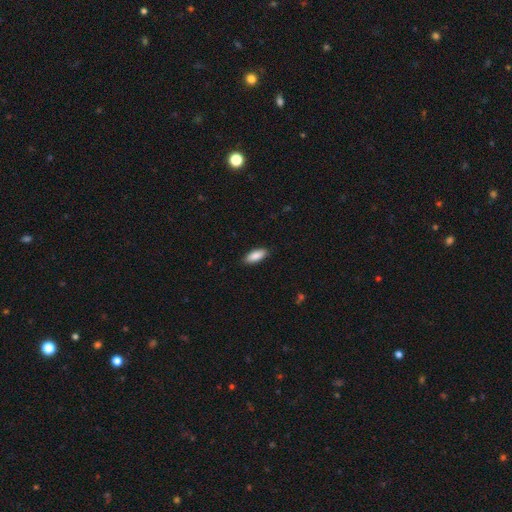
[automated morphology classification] Smooth or featured: smooth — 88% (featured or disk — 6%)
How rounded: in between — 80% (cigar-shaped — 19%)
Merging: none — 88% (minor disturbance — 9%)